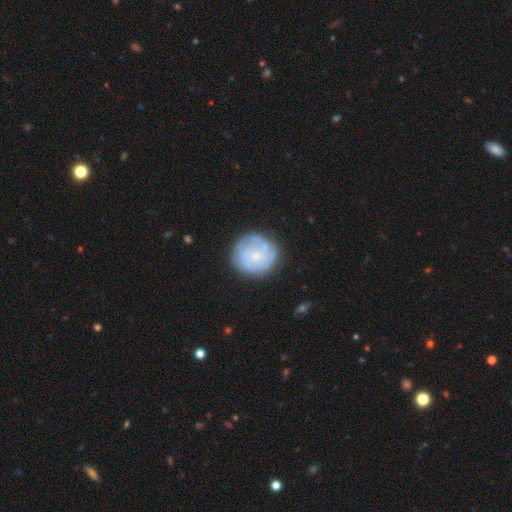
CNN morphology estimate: Smooth or featured? featured or disk (60%)
Edge-on disk? no (98%)
Bar? no (82%)
Spiral arms? yes (80%)
Bulge size? small (73%)
Merging? none (77%)